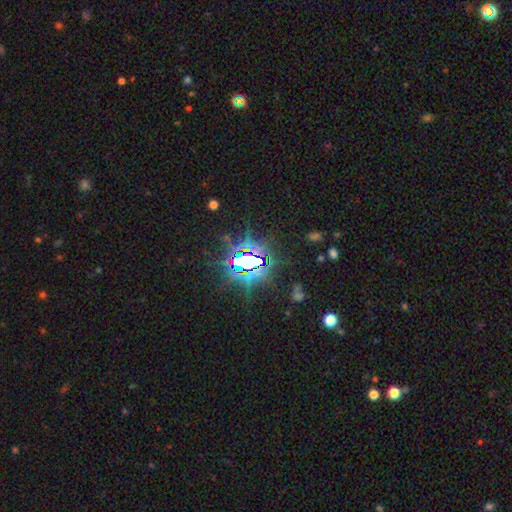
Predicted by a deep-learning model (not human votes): This appears to be a star or artifact, not a galaxy (82%).